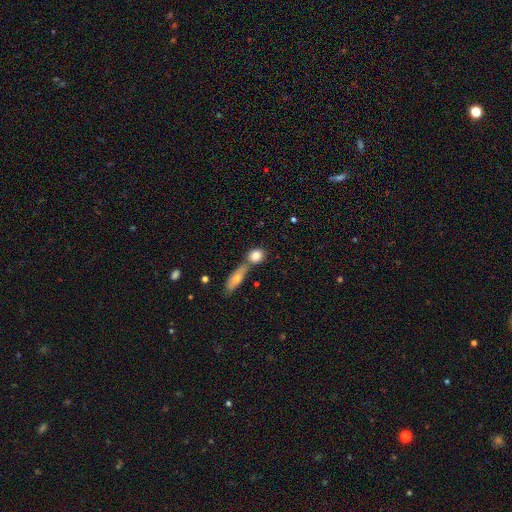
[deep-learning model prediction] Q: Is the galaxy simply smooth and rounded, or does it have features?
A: smooth — 81%.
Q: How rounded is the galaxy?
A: round — 64%.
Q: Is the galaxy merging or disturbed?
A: none — 52%.